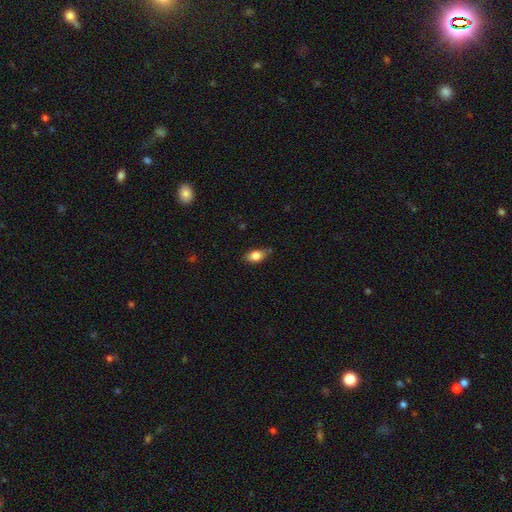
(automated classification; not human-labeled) The model was most divided on "merging": none: 69%, minor disturbance: 25%, major disturbance: 4%, merger: 2%. More confident: how rounded — in between (85%); smooth or featured — smooth (82%).